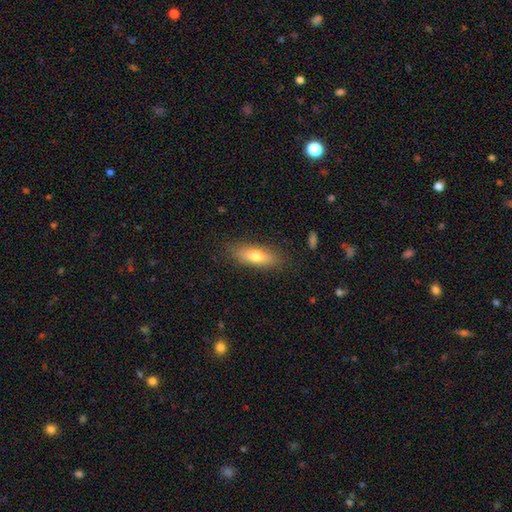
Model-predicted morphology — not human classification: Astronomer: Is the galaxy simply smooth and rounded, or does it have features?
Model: smooth — 72%.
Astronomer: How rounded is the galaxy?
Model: in between — 61%.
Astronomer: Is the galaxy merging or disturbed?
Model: none — 84%.